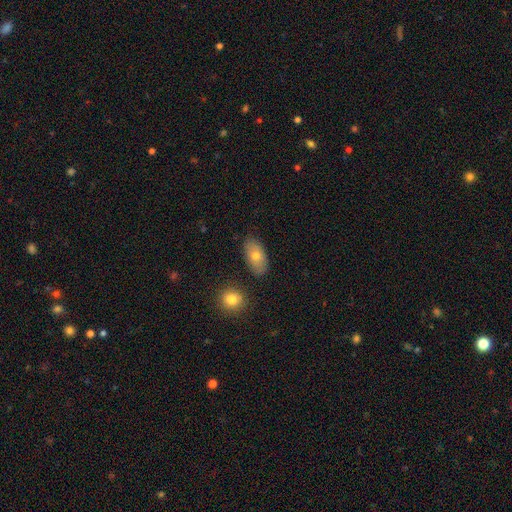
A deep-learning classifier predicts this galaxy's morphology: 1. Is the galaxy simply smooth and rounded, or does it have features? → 73% smooth, 20% featured or disk, 8% star or artifact.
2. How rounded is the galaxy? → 92% in between, 5% round, 3% cigar-shaped.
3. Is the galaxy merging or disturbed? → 81% none, 12% minor disturbance, 4% merger, 3% major disturbance.